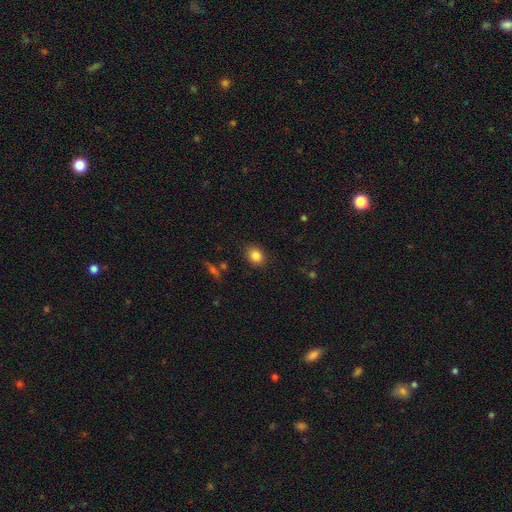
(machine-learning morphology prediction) A smooth galaxy with no disk features (85%) that is in between round and cigar-shaped (50%). Merging: none (87%).